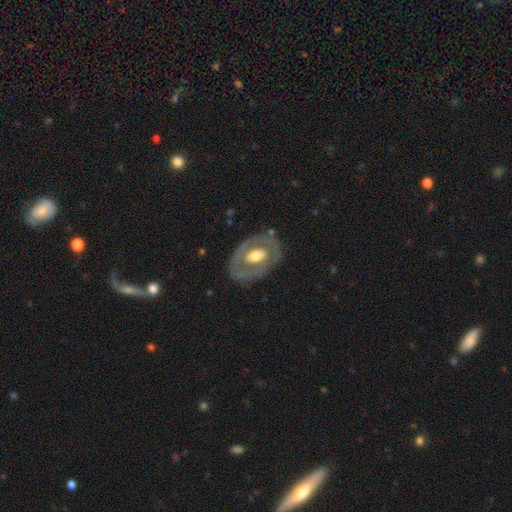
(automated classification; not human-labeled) A featured or disk galaxy (66%) with no bar (67%), no spiral arms (73%) and a moderate central bulge (57%). Merging: none (72%).